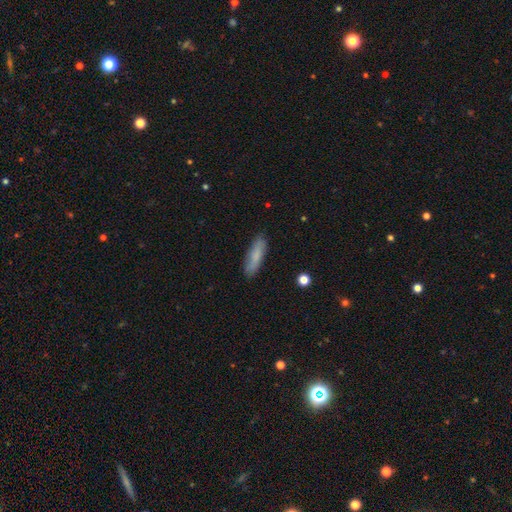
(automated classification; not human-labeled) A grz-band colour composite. It shows a smooth galaxy with no disk features (78%) that is cigar-shaped (63%). Merging: none (85%).